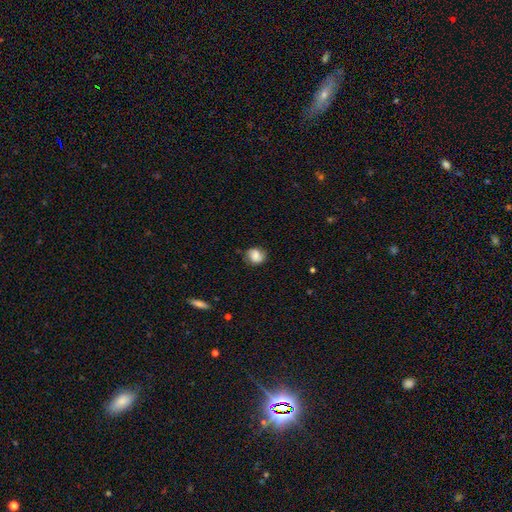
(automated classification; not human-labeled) Smooth or featured? Predicted: smooth (p=0.72). How rounded? Predicted: round (p=0.68). Merging? Predicted: none (p=0.72).